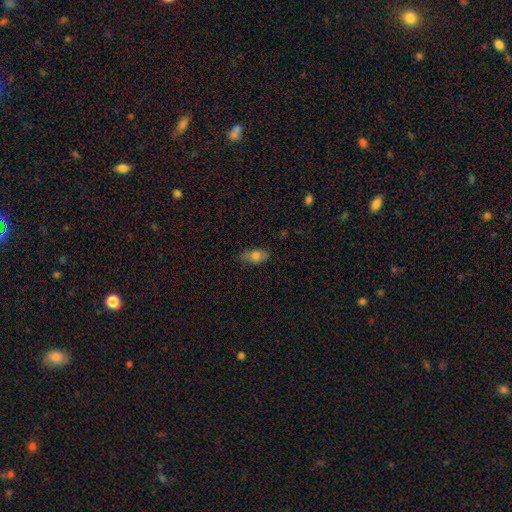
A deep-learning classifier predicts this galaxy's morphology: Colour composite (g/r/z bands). It shows a smooth galaxy with no disk features (75%) that is in between round and cigar-shaped (86%). Merging: none (74%).